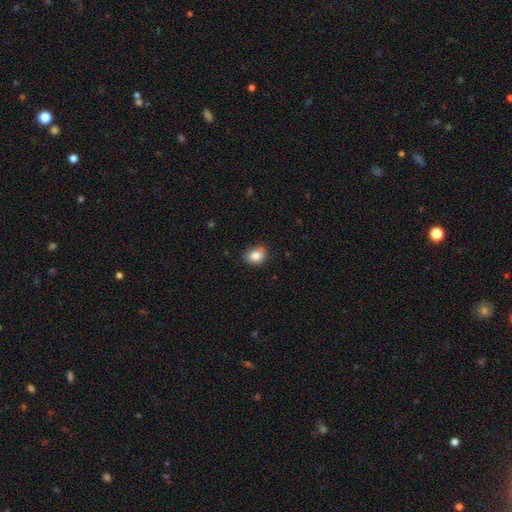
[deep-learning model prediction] Morphology: type=smooth (86%); roundness=in between (55%); merging=none (71%).